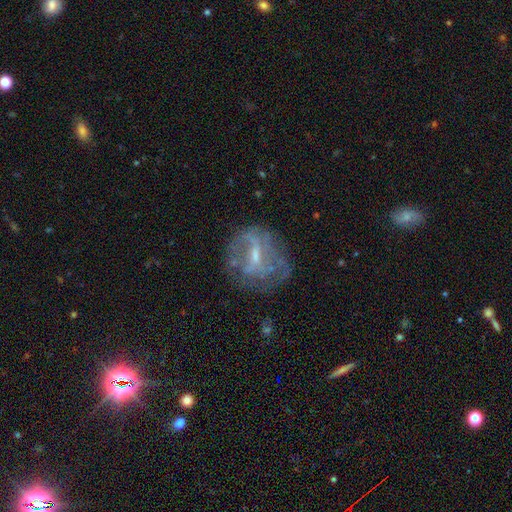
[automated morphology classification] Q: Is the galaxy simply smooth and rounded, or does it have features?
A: featured or disk — 65%.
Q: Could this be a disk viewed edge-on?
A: no — 95%.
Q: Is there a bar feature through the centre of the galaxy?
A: weak — 48%.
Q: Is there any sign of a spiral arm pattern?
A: no — 55%.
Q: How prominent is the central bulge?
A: small — 51%.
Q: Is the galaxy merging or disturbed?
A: none — 56%.